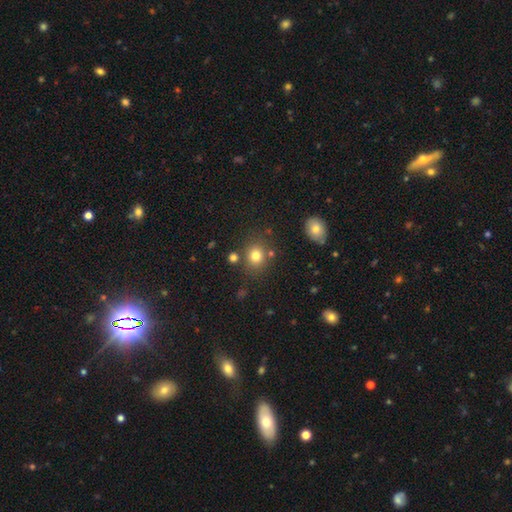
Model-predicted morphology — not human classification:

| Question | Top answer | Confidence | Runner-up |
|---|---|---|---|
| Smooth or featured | smooth | 78% | star or artifact (14%) |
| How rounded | round | 72% | in between (27%) |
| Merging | none | 76% | minor disturbance (11%) |